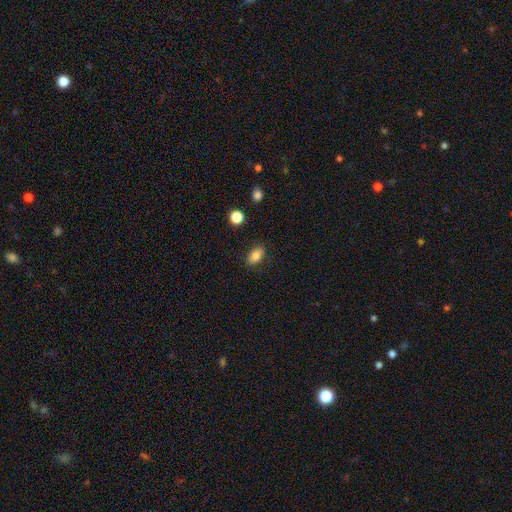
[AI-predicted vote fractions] A smooth galaxy with no disk features (82%) that is in between round and cigar-shaped (88%). Merging: none (86%).